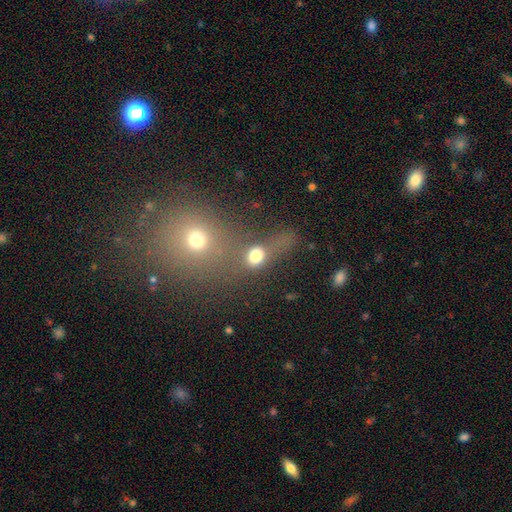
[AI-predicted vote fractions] smooth 71%, star or artifact 17%, featured or disk 12%. Down the decision tree: how rounded — round (54%); merging — merger (42%).